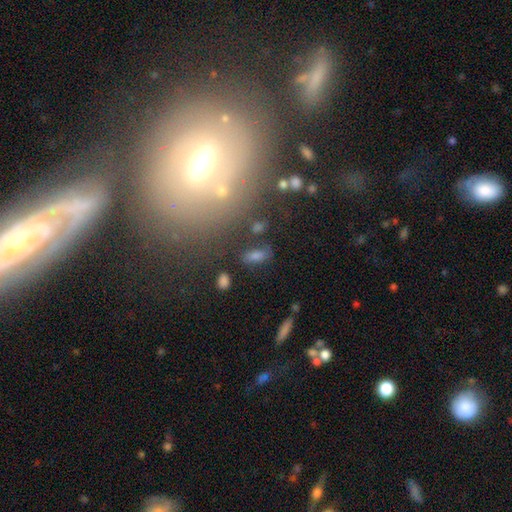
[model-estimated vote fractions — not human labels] This is likely a smooth galaxy (68%). How rounded: likely in between (79%). Merging: likely none (75%).